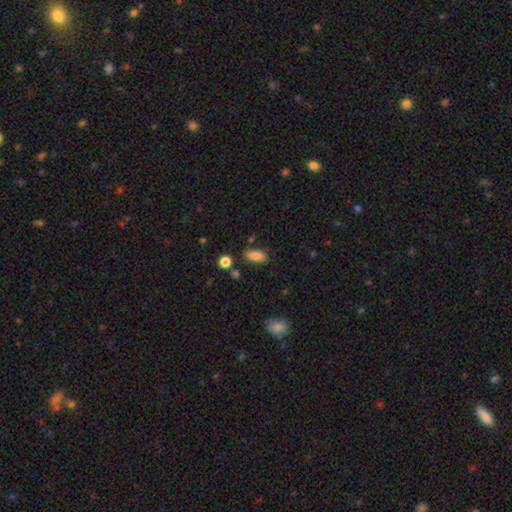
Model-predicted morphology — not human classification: The model was most divided on "merging": none: 77%, minor disturbance: 15%, merger: 4%, major disturbance: 3%. More confident: how rounded — in between (83%); smooth or featured — smooth (81%).